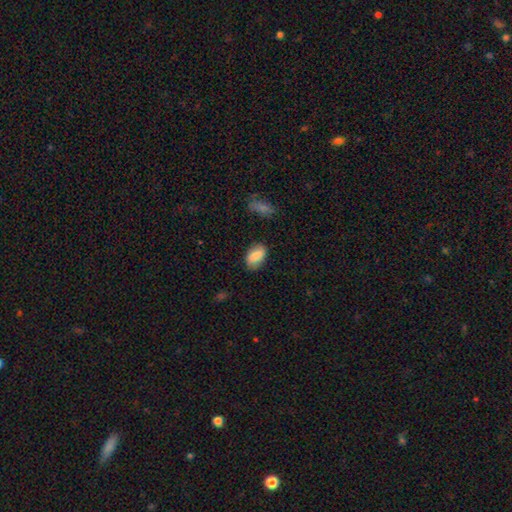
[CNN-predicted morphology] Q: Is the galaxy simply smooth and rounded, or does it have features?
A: smooth — 83%.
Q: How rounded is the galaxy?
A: in between — 91%.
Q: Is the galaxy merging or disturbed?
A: none — 79%.